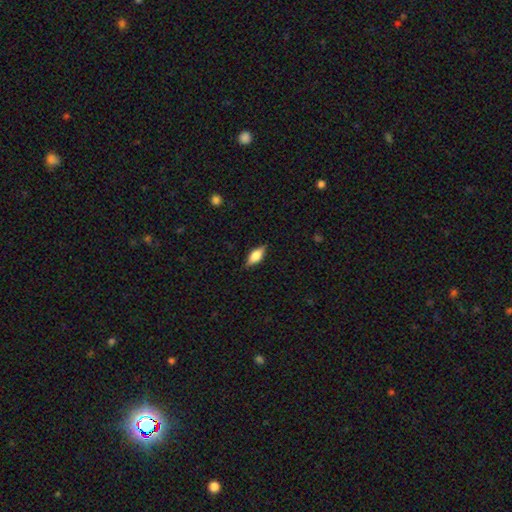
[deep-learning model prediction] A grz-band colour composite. It shows a smooth galaxy with no disk features (56%) that is in between round and cigar-shaped (77%). Merging: none (84%).